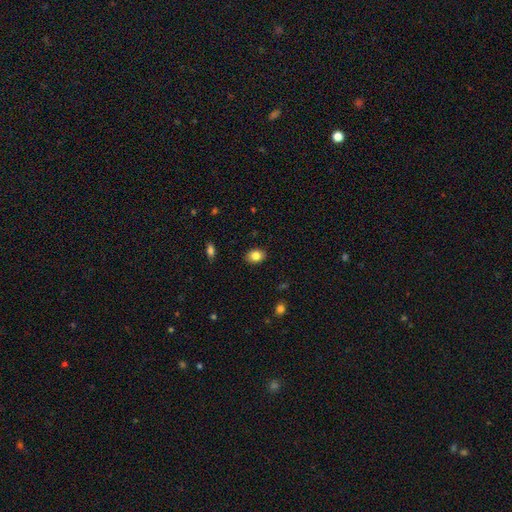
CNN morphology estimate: Smooth or featured?
  - smooth: 83% *
  - star or artifact: 9%
  - featured or disk: 8%
How rounded?
  - in between: 65% *
  - round: 34%
  - cigar-shaped: 1%
Merging?
  - none: 88% *
  - minor disturbance: 9%
  - major disturbance: 2%
  - merger: 1%